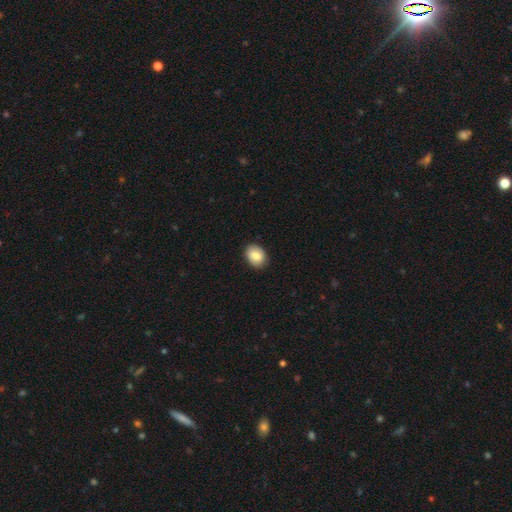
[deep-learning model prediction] A smooth galaxy with no disk features (84%) that is in between round and cigar-shaped (61%).

Vote fractions:
- Smooth or featured? smooth: 84% / featured or disk: 9% / star or artifact: 7%
- How rounded? in between: 61% / round: 38% / cigar-shaped: 1%
- Merging? none: 88% / minor disturbance: 9% / major disturbance: 2% / merger: 1%